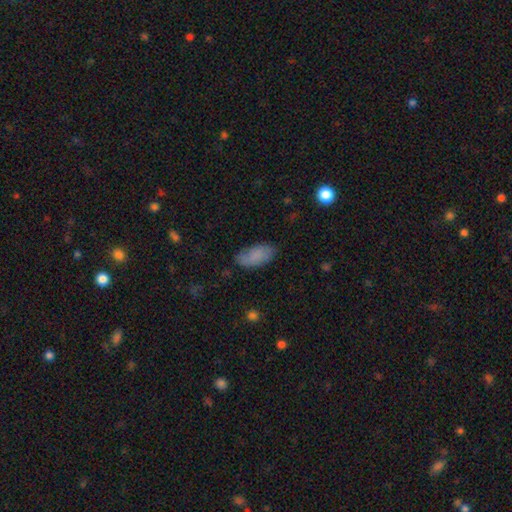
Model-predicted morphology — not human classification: A smooth galaxy with no disk features (81%) that is in between round and cigar-shaped (92%). Merging: none (74%).